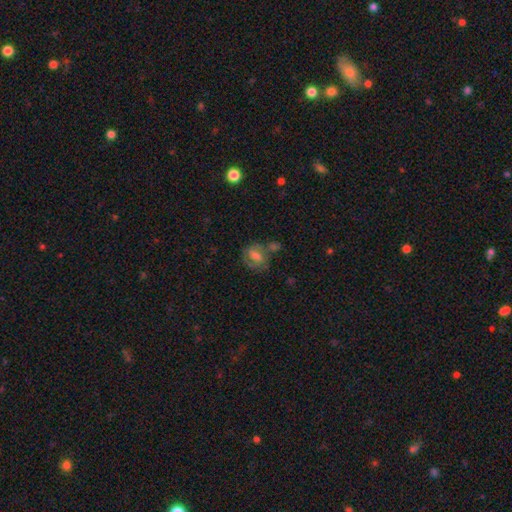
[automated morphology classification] Smooth or featured?
  - featured or disk: 46% *
  - smooth: 44%
  - star or artifact: 10%
Merging?
  - none: 45% *
  - merger: 23%
  - minor disturbance: 19%
  - major disturbance: 12%